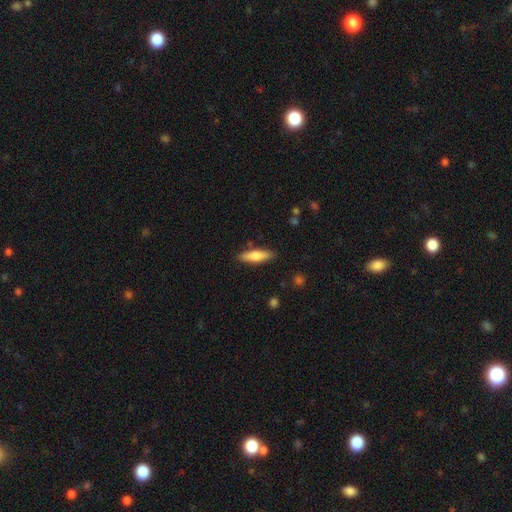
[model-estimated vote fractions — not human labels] Smooth or featured? smooth (72%)
How rounded? cigar-shaped (63%)
Merging? none (86%)